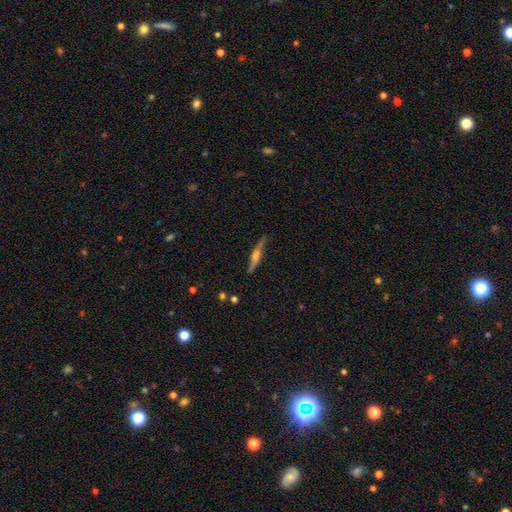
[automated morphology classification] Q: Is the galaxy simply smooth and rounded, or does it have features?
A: featured or disk — 71%.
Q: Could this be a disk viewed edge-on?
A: yes — 89%.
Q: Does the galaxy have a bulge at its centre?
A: rounded — 78%.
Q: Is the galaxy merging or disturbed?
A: none — 78%.